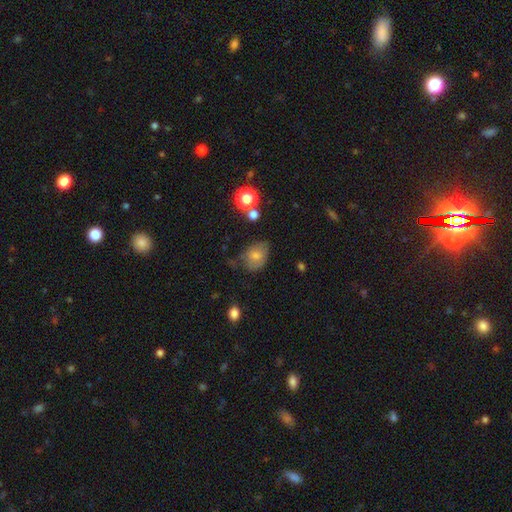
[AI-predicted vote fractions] Smooth or featured? smooth (68%)
How rounded? in between (57%)
Merging? none (51%)